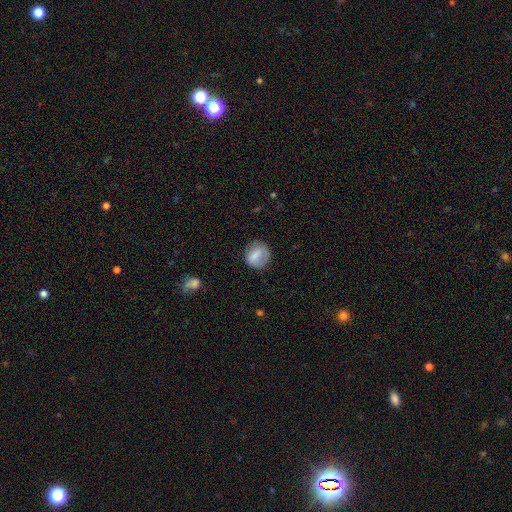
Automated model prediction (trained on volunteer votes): smooth 77%, featured or disk 16%, star or artifact 8%. Down the decision tree: how rounded — round (83%); merging — none (75%).